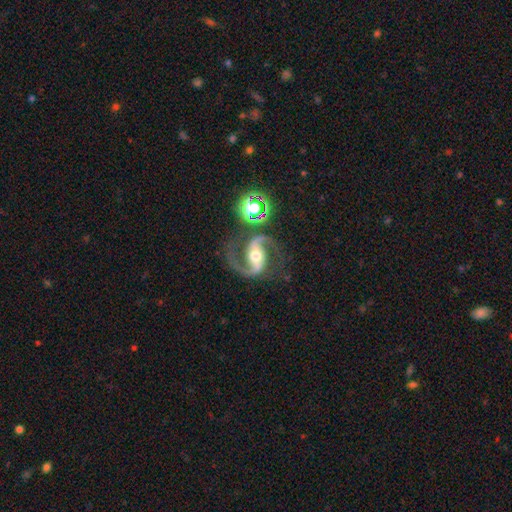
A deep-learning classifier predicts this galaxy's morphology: Smooth or featured?
  - featured or disk: 91% *
  - star or artifact: 6%
  - smooth: 3%
Edge-on disk?
  - no: 98% *
  - yes: 2%
Bar?
  - strong: 48% *
  - weak: 31%
  - no: 21%
Spiral arms?
  - yes: 98% *
  - no: 2%
Spiral winding?
  - medium: 57% *
  - loose: 34%
  - tight: 9%
Spiral arm count?
  - 2: 94% *
  - 1: 2%
  - can't tell: 1%
  - 3: 1%
  - 4: 1%
  - more than 4: 1%
Bulge size?
  - moderate: 68% *
  - small: 19%
  - large: 10%
  - none: 2%
  - dominant: 2%
Merging?
  - none: 76% *
  - minor disturbance: 12%
  - major disturbance: 8%
  - merger: 4%